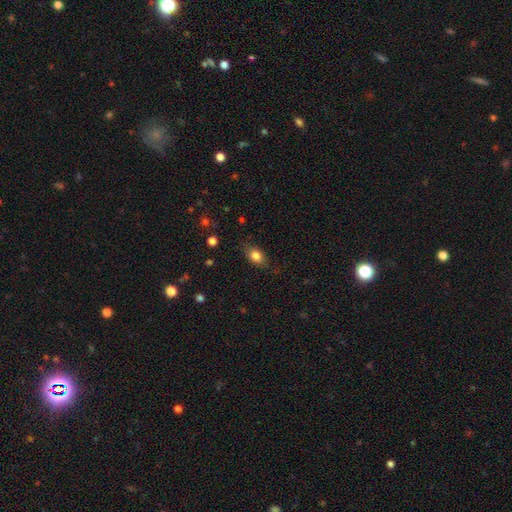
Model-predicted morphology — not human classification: smooth_or_featured: smooth (p=0.81) [alt: featured or disk p=0.10]
how_rounded: in between (p=0.79) [alt: round p=0.18]
merging: none (p=0.77) [alt: minor disturbance p=0.17]